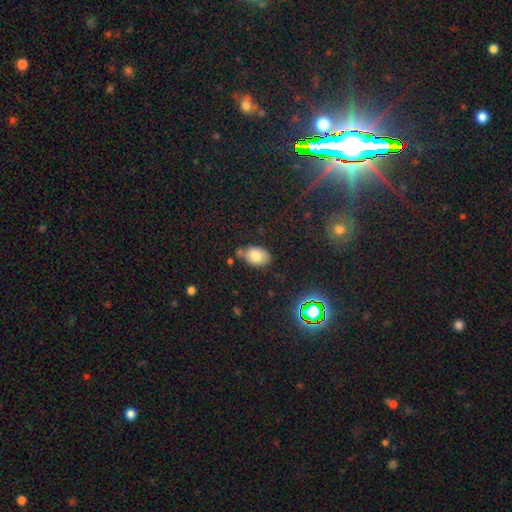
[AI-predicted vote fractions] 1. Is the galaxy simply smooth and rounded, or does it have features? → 80% smooth, 11% star or artifact, 9% featured or disk.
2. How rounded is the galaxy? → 83% in between, 16% round, 1% cigar-shaped.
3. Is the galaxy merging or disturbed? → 60% none, 23% minor disturbance, 12% merger, 5% major disturbance.